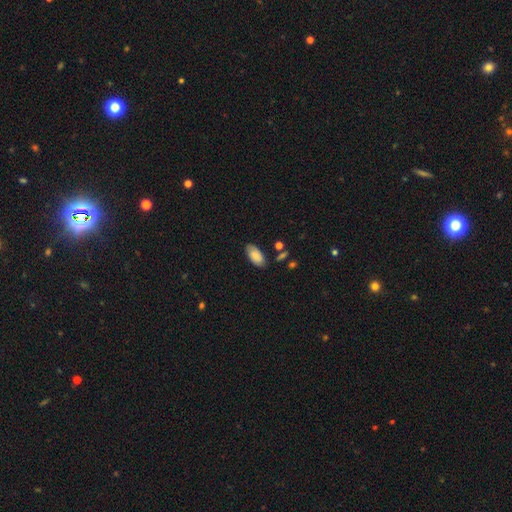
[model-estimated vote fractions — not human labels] This is clearly a smooth galaxy (81%). How rounded: clearly in between (94%). Merging: likely none (78%).